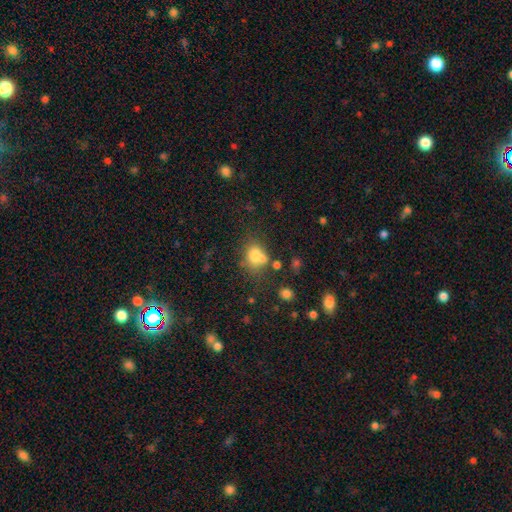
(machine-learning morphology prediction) smooth_or_featured: smooth (p=0.73) [alt: star or artifact p=0.14]
how_rounded: round (p=0.50) [alt: in between p=0.49]
merging: none (p=0.44) [alt: merger p=0.27]